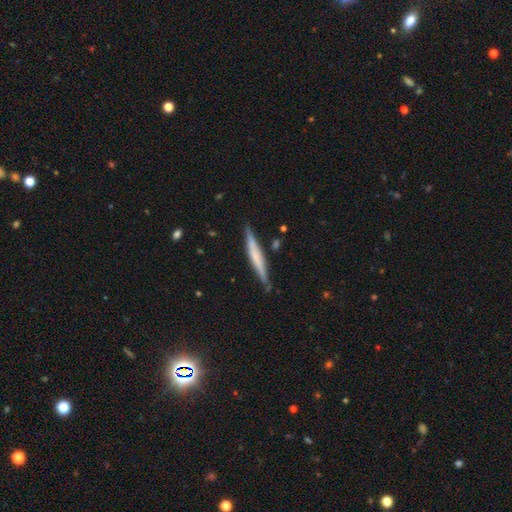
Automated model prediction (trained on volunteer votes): featured or disk 49%, smooth 45%, star or artifact 6%. Down the decision tree: merging — none (84%).